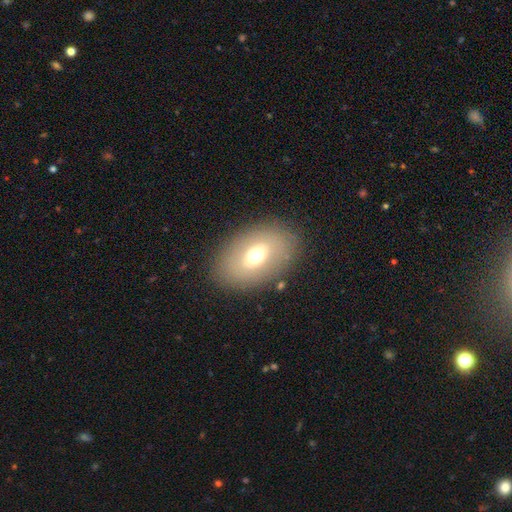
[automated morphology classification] Smooth or featured?
  - smooth: 61% *
  - featured or disk: 28%
  - star or artifact: 11%
How rounded?
  - in between: 82% *
  - round: 17%
  - cigar-shaped: 1%
Merging?
  - none: 84% *
  - minor disturbance: 10%
  - major disturbance: 5%
  - merger: 1%